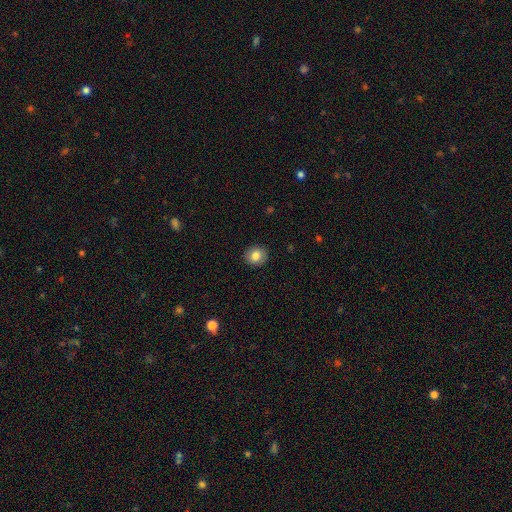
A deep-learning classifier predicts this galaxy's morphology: Overall: smooth (83%). How rounded: round (77%). Merging: none (91%).